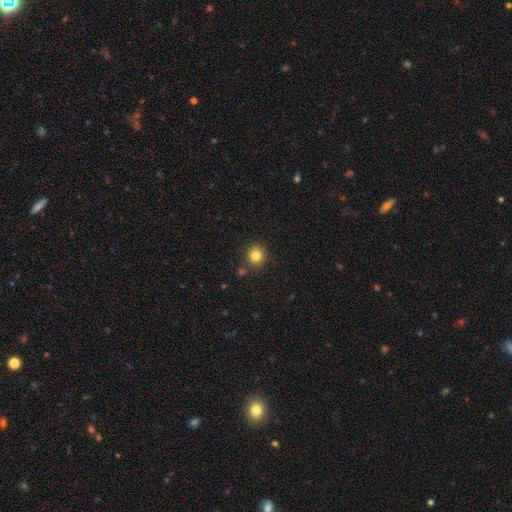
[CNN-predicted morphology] smooth 82%, star or artifact 12%, featured or disk 6%. Down the decision tree: how rounded — round (87%); merging — none (84%).